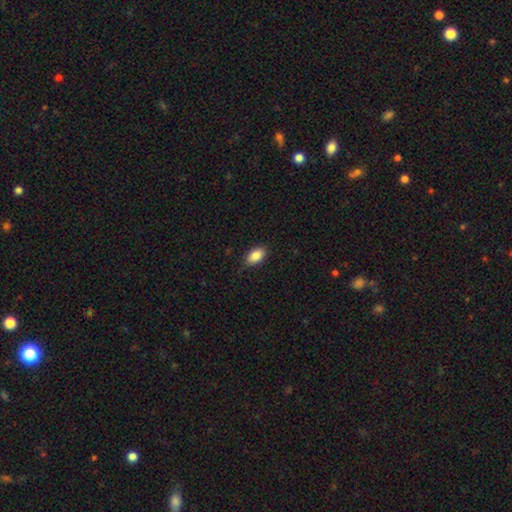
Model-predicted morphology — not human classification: A smooth galaxy with no disk features (87%) that is in between round and cigar-shaped (91%).

Vote fractions:
- Smooth or featured? smooth: 87% / star or artifact: 7% / featured or disk: 6%
- How rounded? in between: 91% / round: 6% / cigar-shaped: 2%
- Merging? none: 84% / minor disturbance: 12% / major disturbance: 2% / merger: 1%